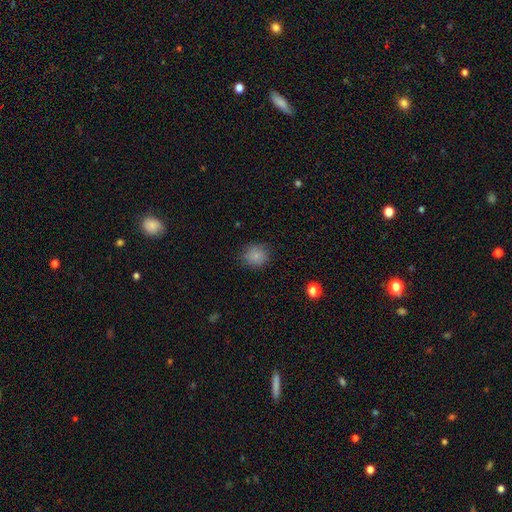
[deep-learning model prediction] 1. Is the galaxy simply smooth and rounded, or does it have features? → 82% smooth, 11% star or artifact, 8% featured or disk.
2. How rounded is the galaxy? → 81% round, 18% in between, 1% cigar-shaped.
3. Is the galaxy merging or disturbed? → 81% none, 14% minor disturbance, 4% major disturbance, 1% merger.